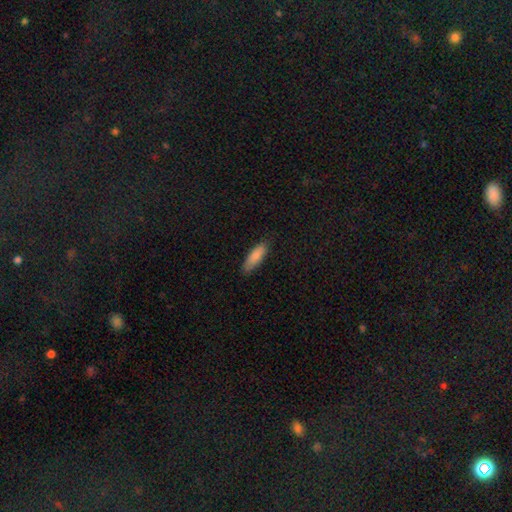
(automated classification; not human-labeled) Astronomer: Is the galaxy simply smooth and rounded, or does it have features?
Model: smooth — 87%.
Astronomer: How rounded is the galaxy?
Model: cigar-shaped — 50% (runner-up: in between, 49%).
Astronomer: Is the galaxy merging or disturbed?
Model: none — 83%.